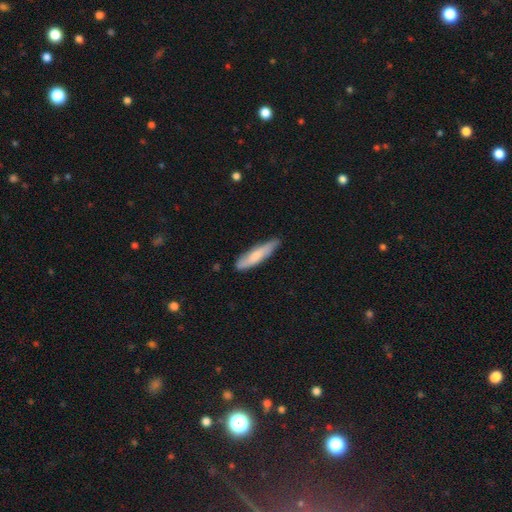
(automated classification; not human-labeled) Q: Smooth or featured?
A: smooth (70%); runner-up: featured or disk (24%)
Q: How rounded?
A: cigar-shaped (85%); runner-up: in between (14%)
Q: Merging?
A: none (79%); runner-up: minor disturbance (18%)